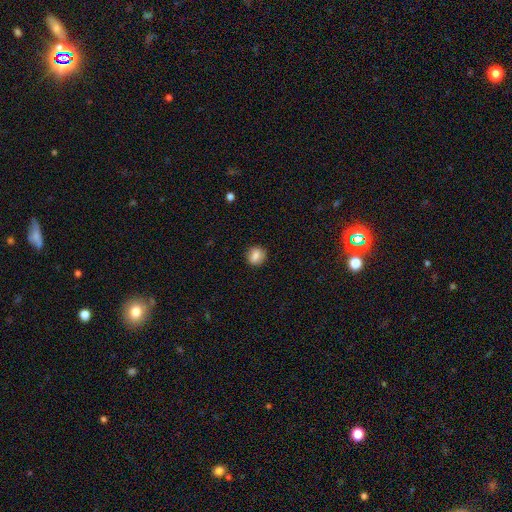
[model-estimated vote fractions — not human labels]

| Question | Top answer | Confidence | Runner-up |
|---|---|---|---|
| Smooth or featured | smooth | 84% | star or artifact (9%) |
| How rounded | round | 72% | in between (27%) |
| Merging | none | 86% | minor disturbance (10%) |